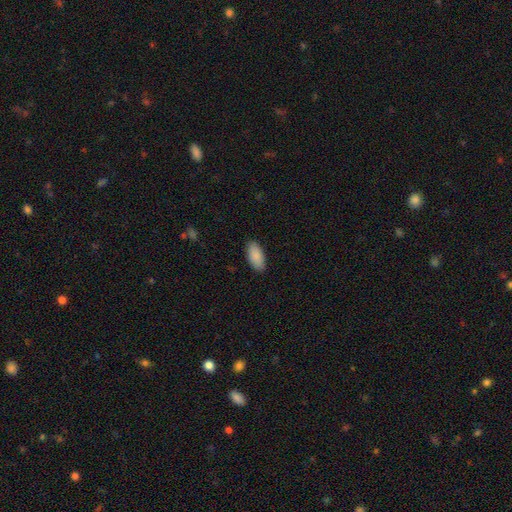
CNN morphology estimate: This is clearly a smooth galaxy (90%). How rounded: clearly in between (91%). Merging: clearly none (89%).